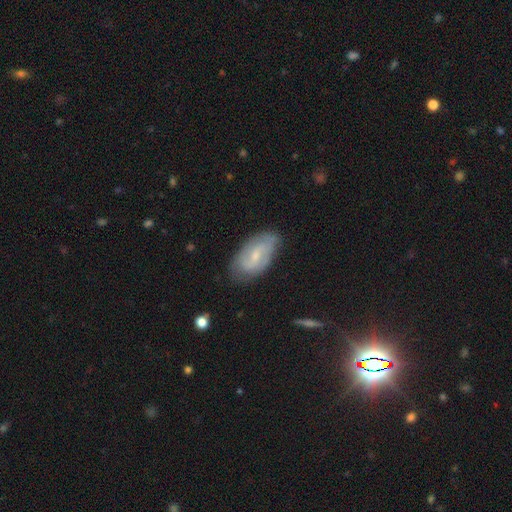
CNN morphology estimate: Q: Smooth or featured?
A: featured or disk (62%); runner-up: smooth (31%)
Q: Edge-on disk?
A: no (94%); runner-up: yes (6%)
Q: Bar?
A: weak (57%); runner-up: no (28%)
Q: Spiral arms?
A: yes (83%); runner-up: no (17%)
Q: Bulge size?
A: small (62%); runner-up: moderate (29%)
Q: Merging?
A: none (73%); runner-up: minor disturbance (21%)